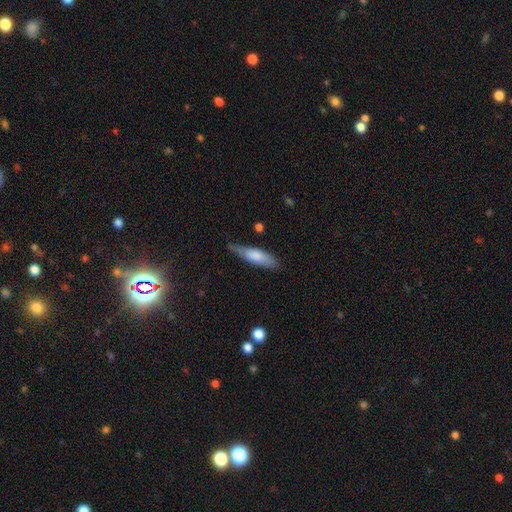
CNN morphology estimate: A smooth galaxy with no disk features (70%) that is cigar-shaped (66%).

Vote fractions:
- Smooth or featured? smooth: 70% / featured or disk: 24% / star or artifact: 6%
- How rounded? cigar-shaped: 66% / in between: 33% / round: 2%
- Merging? none: 63% / minor disturbance: 29% / major disturbance: 6% / merger: 2%